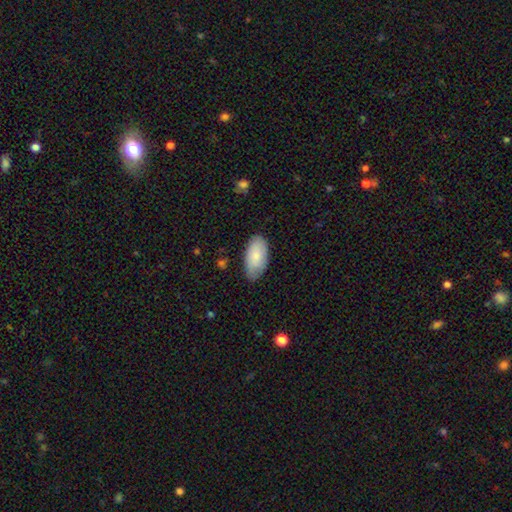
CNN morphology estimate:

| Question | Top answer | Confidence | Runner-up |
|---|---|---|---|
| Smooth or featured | smooth | 80% | featured or disk (14%) |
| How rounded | in between | 95% | cigar-shaped (3%) |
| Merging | none | 79% | minor disturbance (17%) |